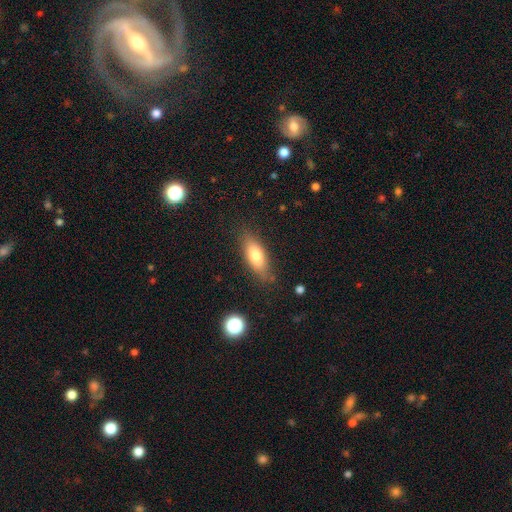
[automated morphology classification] A smooth galaxy with no disk features (75%) that is in between round and cigar-shaped (70%).

Vote fractions:
- Smooth or featured? smooth: 75% / featured or disk: 18% / star or artifact: 7%
- How rounded? in between: 70% / cigar-shaped: 27% / round: 2%
- Merging? none: 78% / minor disturbance: 16% / major disturbance: 4% / merger: 2%